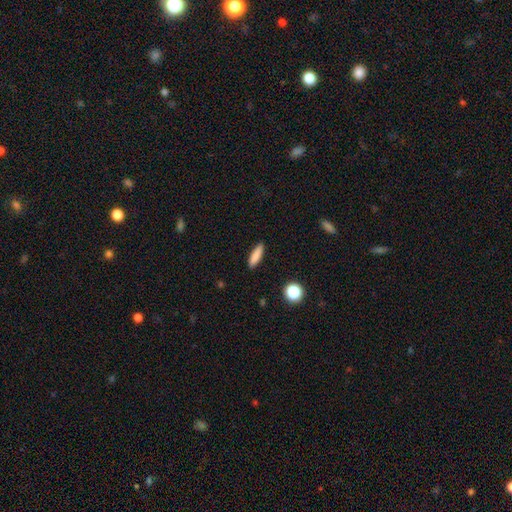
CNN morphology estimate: The model was most divided on "how rounded": cigar-shaped: 68%, in between: 30%, round: 3%. More confident: merging — none (89%); smooth or featured — smooth (83%).